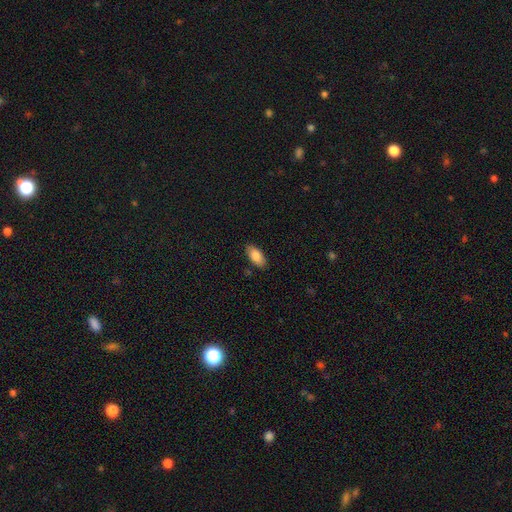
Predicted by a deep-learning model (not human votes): Smooth or featured? Predicted: smooth (p=0.84). How rounded? Predicted: in between (p=0.90). Merging? Predicted: none (p=0.86).